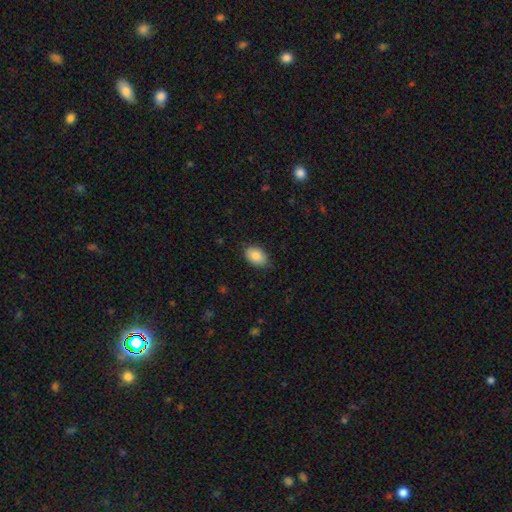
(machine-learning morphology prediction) Smooth or featured?
  - smooth: 86% *
  - featured or disk: 8%
  - star or artifact: 7%
How rounded?
  - in between: 87% *
  - round: 11%
  - cigar-shaped: 1%
Merging?
  - none: 81% *
  - minor disturbance: 15%
  - major disturbance: 3%
  - merger: 1%